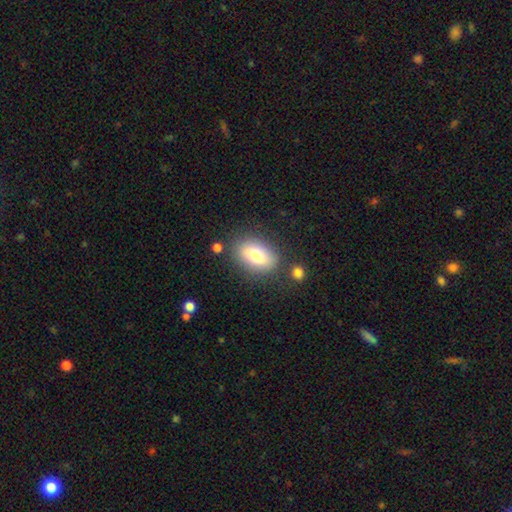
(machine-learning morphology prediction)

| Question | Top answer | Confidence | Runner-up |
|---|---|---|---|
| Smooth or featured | smooth | 77% | featured or disk (15%) |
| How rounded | in between | 85% | round (11%) |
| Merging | none | 78% | minor disturbance (12%) |